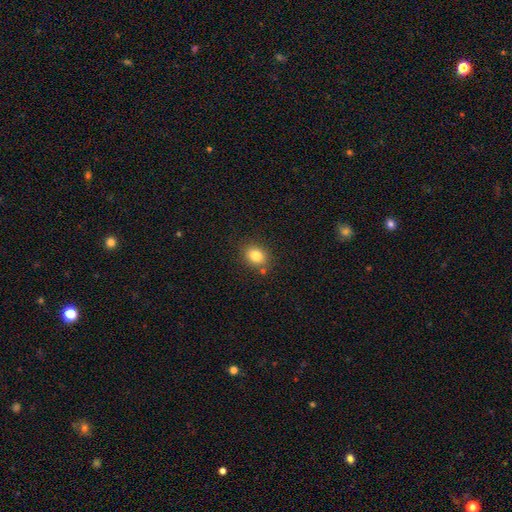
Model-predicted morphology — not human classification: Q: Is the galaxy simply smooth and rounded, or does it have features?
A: smooth — 82%.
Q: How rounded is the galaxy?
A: in between — 51%.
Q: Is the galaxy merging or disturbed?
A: none — 81%.